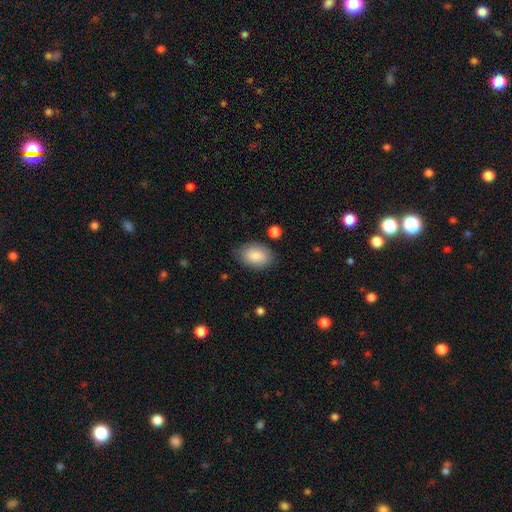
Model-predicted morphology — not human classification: smooth-or-featured: smooth: 86% | featured or disk: 8% | star or artifact: 6%
  how-rounded: in between: 88% | round: 11% | cigar-shaped: 1%
  merging: none: 80% | minor disturbance: 14% | major disturbance: 4% | merger: 2%